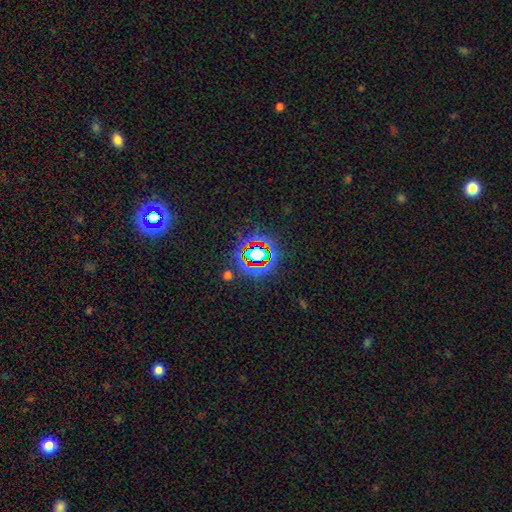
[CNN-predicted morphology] A star or artifact, not a galaxy (70%).